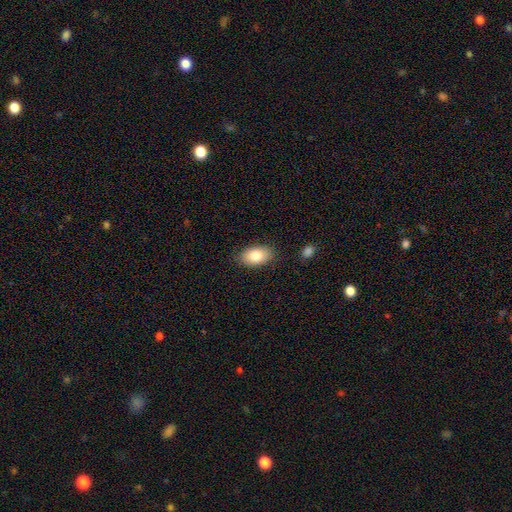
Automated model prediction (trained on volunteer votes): Smooth or featured? Predicted: smooth (p=0.82). How rounded? Predicted: in between (p=0.93). Merging? Predicted: none (p=0.85).